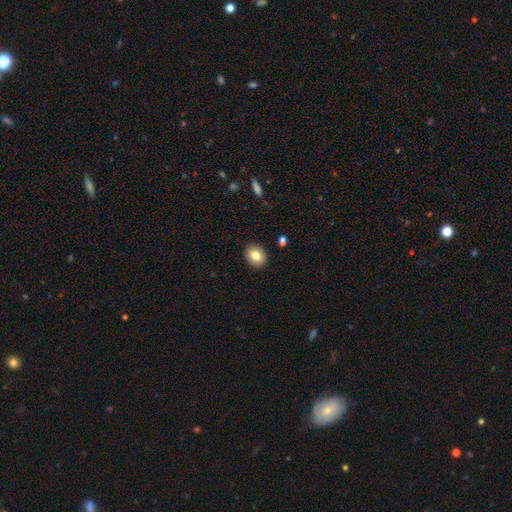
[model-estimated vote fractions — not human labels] Morphology: type=smooth (82%); roundness=round (52%); merging=none (90%).